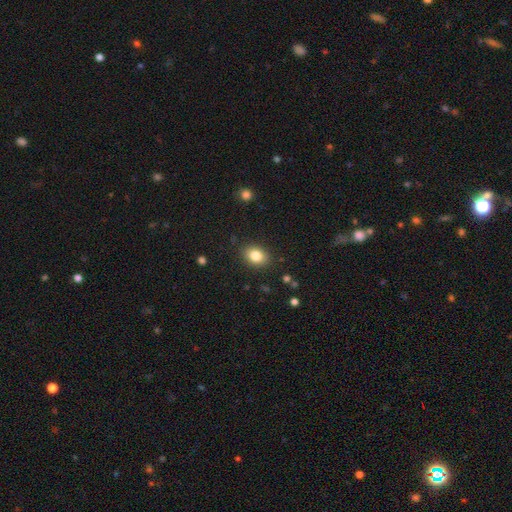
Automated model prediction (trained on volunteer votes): Overall: smooth (83%). How rounded: in between (67%; round 32%). Merging: none (87%).